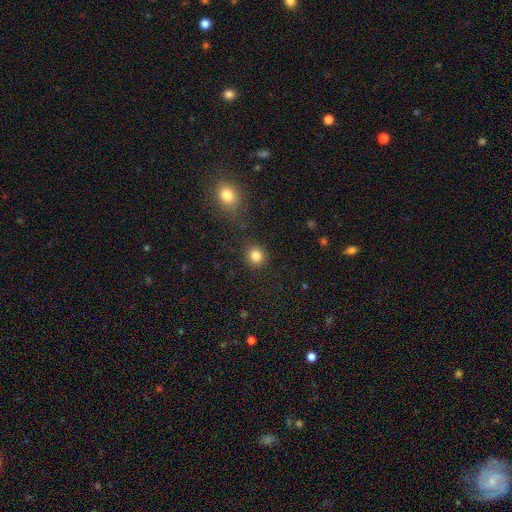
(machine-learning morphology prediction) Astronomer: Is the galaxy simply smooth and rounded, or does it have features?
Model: smooth — 84%.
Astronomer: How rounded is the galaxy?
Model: round — 90%.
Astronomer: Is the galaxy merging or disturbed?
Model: none — 87%.